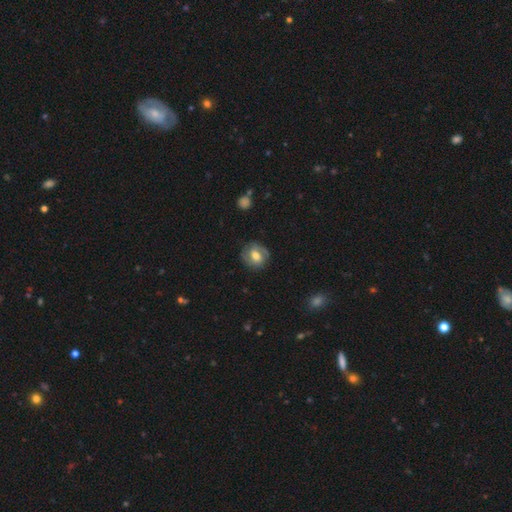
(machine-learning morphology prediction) smooth 48%, featured or disk 44%, star or artifact 8%. Down the decision tree: merging — none (76%).